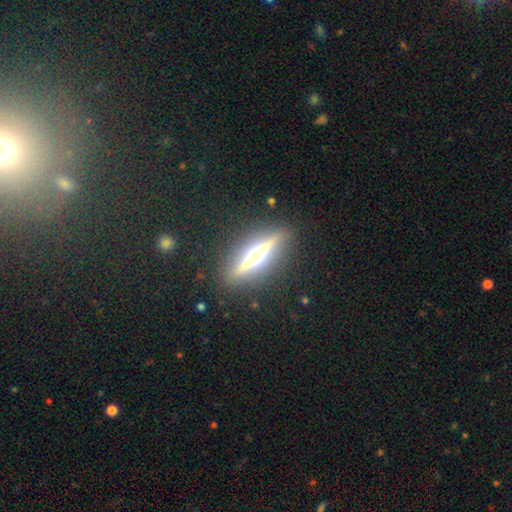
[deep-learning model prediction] Overall: featured or disk (81%). Edge-on disk: yes (96%). Edge-on bulge: rounded (93%). Merging: none (90%).